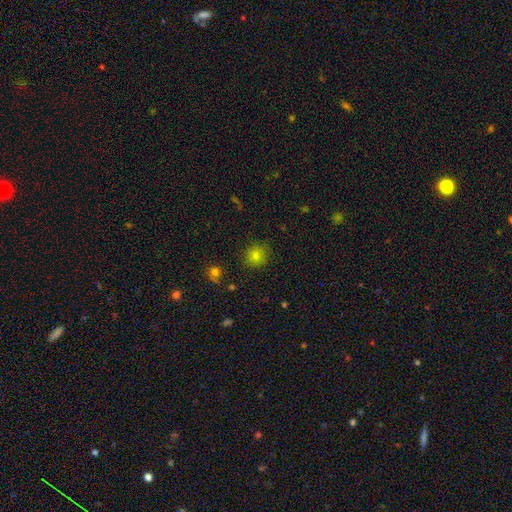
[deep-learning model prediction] smooth_or_featured: smooth (p=0.81) [alt: star or artifact p=0.13]
how_rounded: round (p=0.89) [alt: in between p=0.10]
merging: none (p=0.87) [alt: minor disturbance p=0.09]